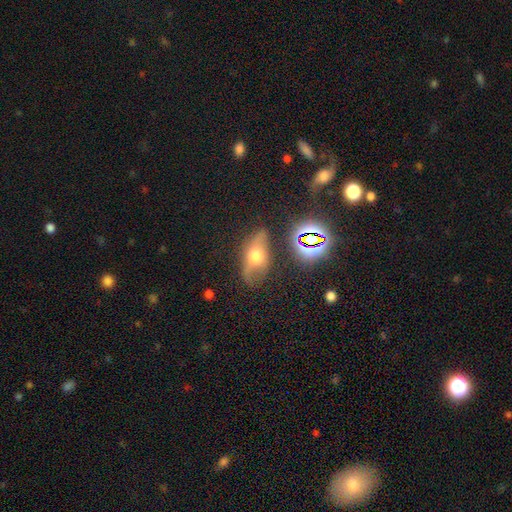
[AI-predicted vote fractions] Smooth or featured? featured or disk (42%, tied with smooth)
Merging? none (65%)